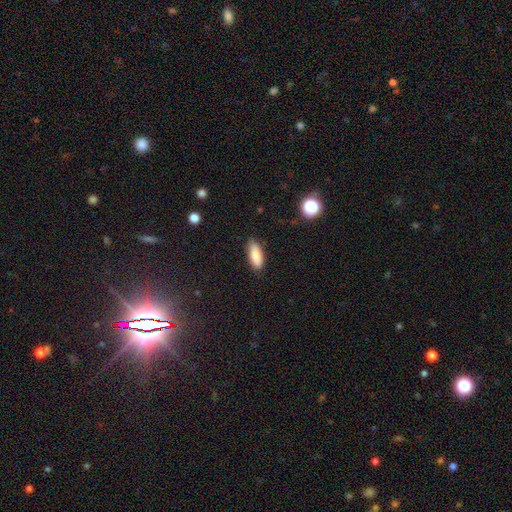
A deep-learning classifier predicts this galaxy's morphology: This appears to be a smooth galaxy with no disk features (86%) that is in between round and cigar-shaped (79%). Merging: none (84%).